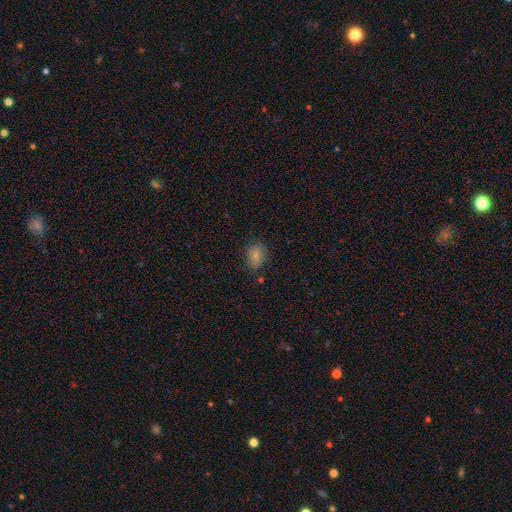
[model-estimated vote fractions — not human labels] A smooth galaxy with no disk features (82%) that is in between round and cigar-shaped (83%).

Vote fractions:
- Smooth or featured? smooth: 82% / star or artifact: 10% / featured or disk: 8%
- How rounded? in between: 83% / round: 15% / cigar-shaped: 2%
- Merging? none: 79% / minor disturbance: 15% / major disturbance: 3% / merger: 2%